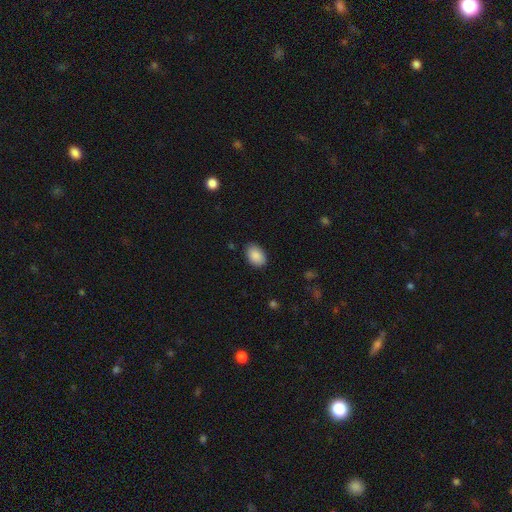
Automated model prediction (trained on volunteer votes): smooth-or-featured: smooth: 89% | star or artifact: 7% | featured or disk: 4%
  how-rounded: in between: 89% | round: 10% | cigar-shaped: 1%
  merging: none: 86% | minor disturbance: 11% | major disturbance: 2% | merger: 1%